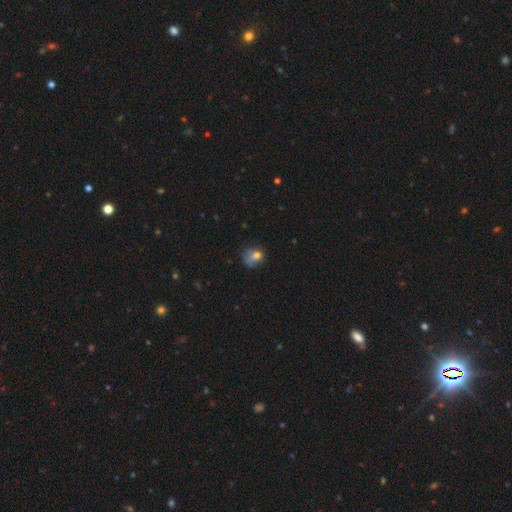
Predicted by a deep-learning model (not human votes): The model was most divided on "merging": none: 36%, minor disturbance: 30%, major disturbance: 27%, merger: 6%. More confident: smooth or featured — smooth (66%); how rounded — in between (55%).